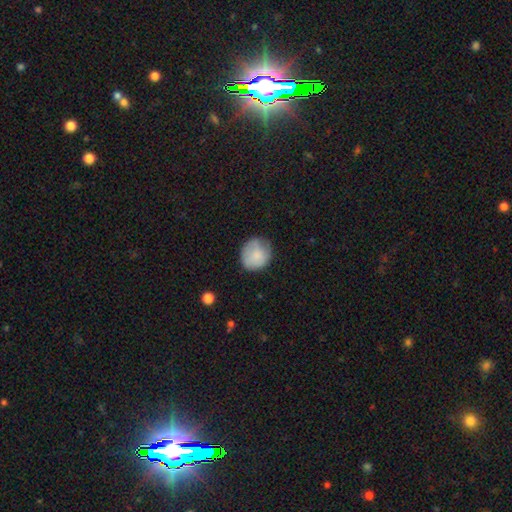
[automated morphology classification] smooth 81%, featured or disk 12%, star or artifact 7%. Down the decision tree: how rounded — round (79%); merging — none (68%).